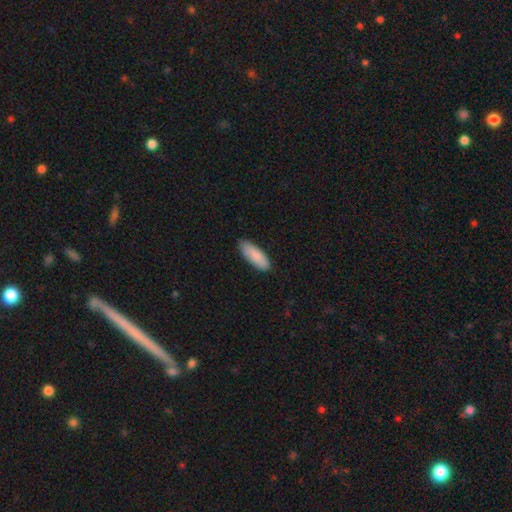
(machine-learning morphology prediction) The model was most divided on "how rounded": in between: 67%, cigar-shaped: 32%, round: 2%. More confident: smooth or featured — smooth (87%); merging — none (86%).